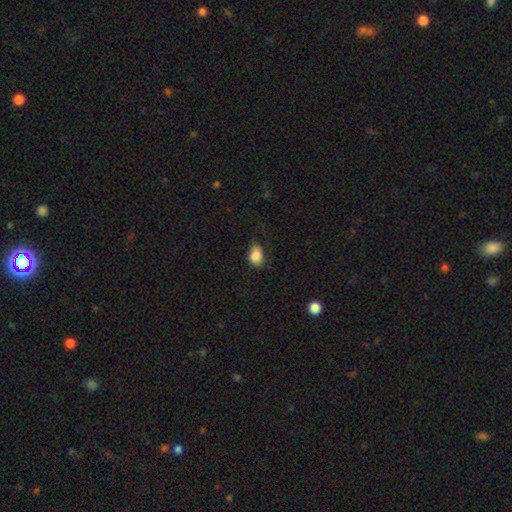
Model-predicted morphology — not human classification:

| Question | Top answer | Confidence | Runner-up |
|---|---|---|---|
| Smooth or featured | smooth | 86% | star or artifact (8%) |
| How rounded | in between | 69% | round (29%) |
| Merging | none | 55% | minor disturbance (33%) |